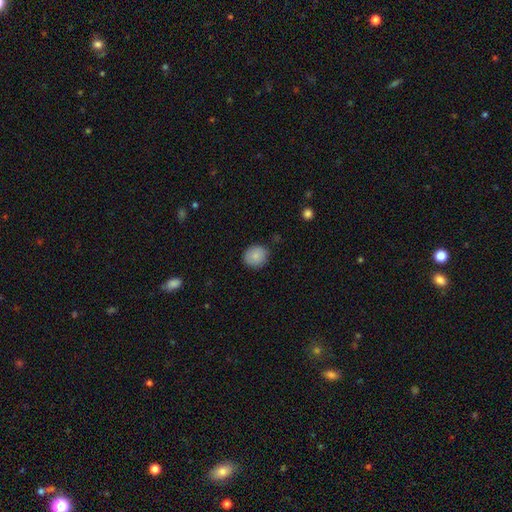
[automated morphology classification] This is clearly a smooth galaxy (85%). How rounded: likely round (78%). Merging: clearly none (84%).